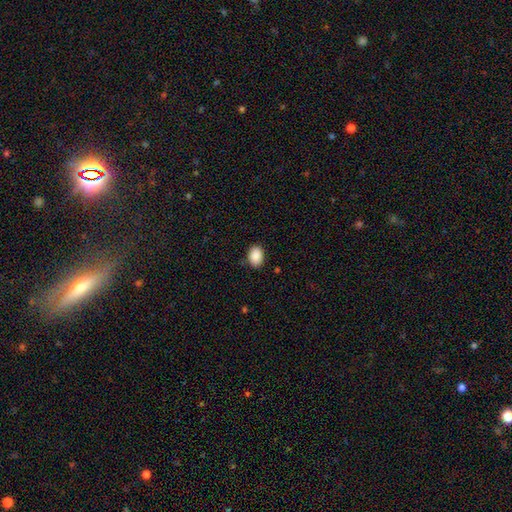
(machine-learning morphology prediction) The model was most divided on "how rounded": in between: 75%, round: 24%, cigar-shaped: 1%. More confident: smooth or featured — smooth (89%); merging — none (87%).